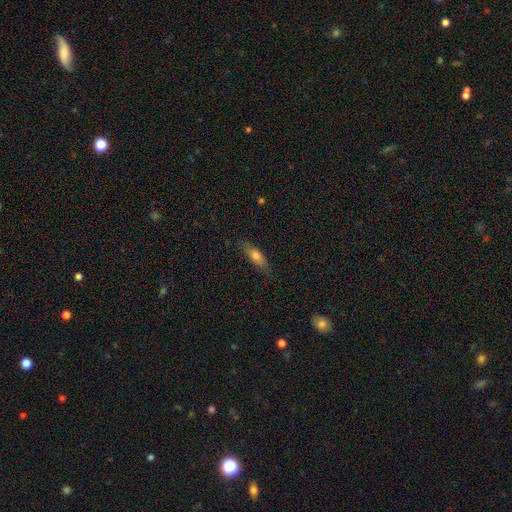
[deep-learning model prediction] smooth-or-featured: smooth: 67% | featured or disk: 26% | star or artifact: 7%
  how-rounded: in between: 51% | cigar-shaped: 46% | round: 3%
  merging: none: 79% | minor disturbance: 16% | major disturbance: 3% | merger: 1%